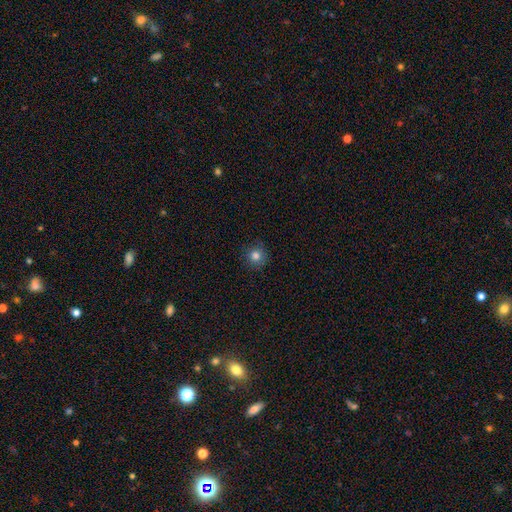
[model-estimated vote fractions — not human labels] This appears to be a smooth galaxy with no disk features (82%) that is round (94%). Merging: none (87%).